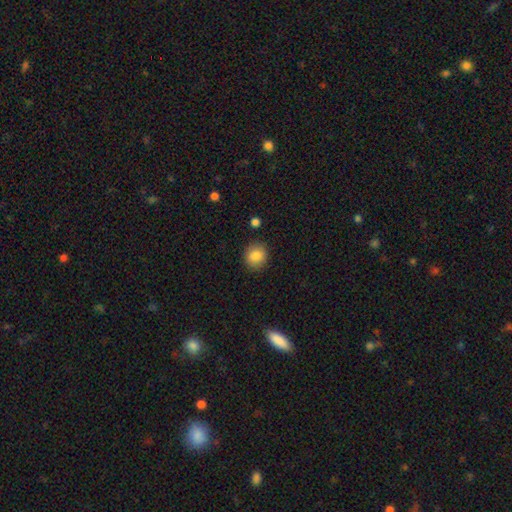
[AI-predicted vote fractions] Smooth or featured?
  - smooth: 85% *
  - star or artifact: 9%
  - featured or disk: 6%
How rounded?
  - round: 84% *
  - in between: 15%
  - cigar-shaped: 1%
Merging?
  - none: 89% *
  - minor disturbance: 8%
  - major disturbance: 2%
  - merger: 2%